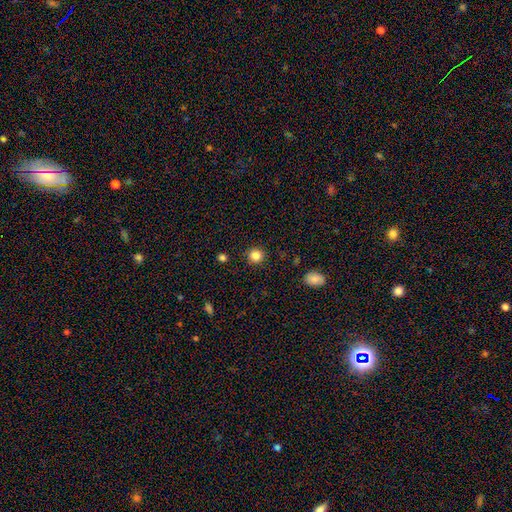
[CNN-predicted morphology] This appears to be a smooth galaxy with no disk features (84%) that is round (92%). Merging: none (91%).